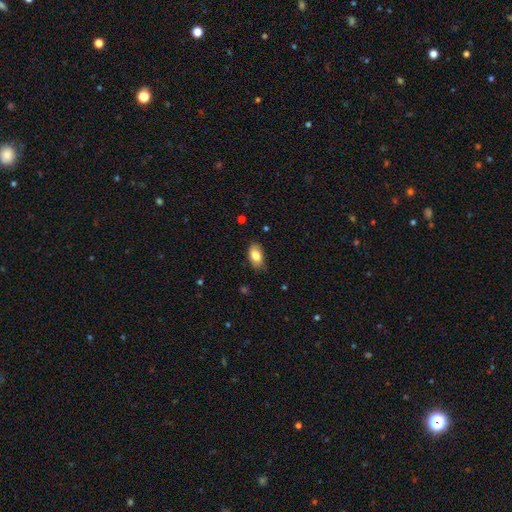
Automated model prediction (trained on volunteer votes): Smooth or featured? Predicted: smooth (p=0.83). How rounded? Predicted: in between (p=0.92). Merging? Predicted: none (p=0.80).